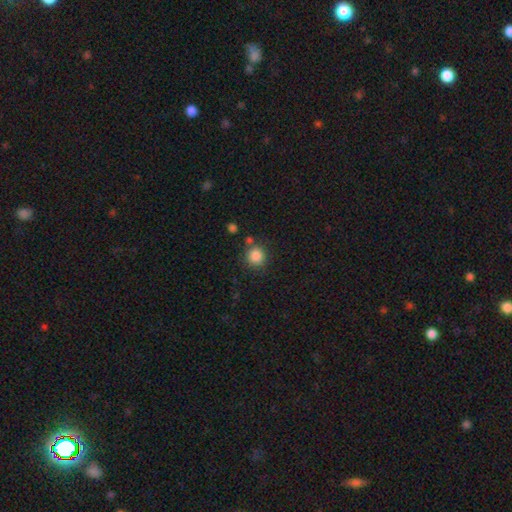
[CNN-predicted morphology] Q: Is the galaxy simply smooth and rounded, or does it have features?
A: smooth — 86%.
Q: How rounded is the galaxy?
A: round — 89%.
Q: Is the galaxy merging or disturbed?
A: none — 77%.